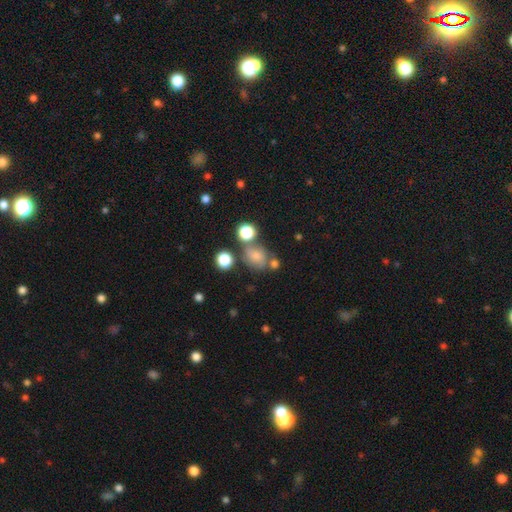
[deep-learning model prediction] smooth_or_featured: smooth (p=0.67) [alt: star or artifact p=0.17]
how_rounded: round (p=0.53) [alt: in between p=0.46]
merging: none (p=0.50) [alt: merger p=0.22]